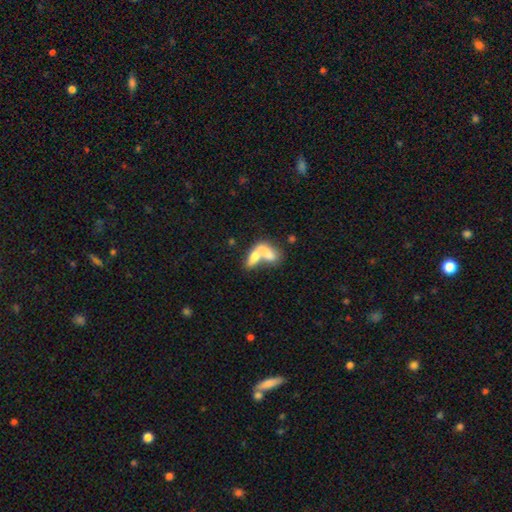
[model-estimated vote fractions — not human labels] This appears to be a smooth galaxy with no disk features (73%) that is in between round and cigar-shaped (74%). Merging: merger (69%).